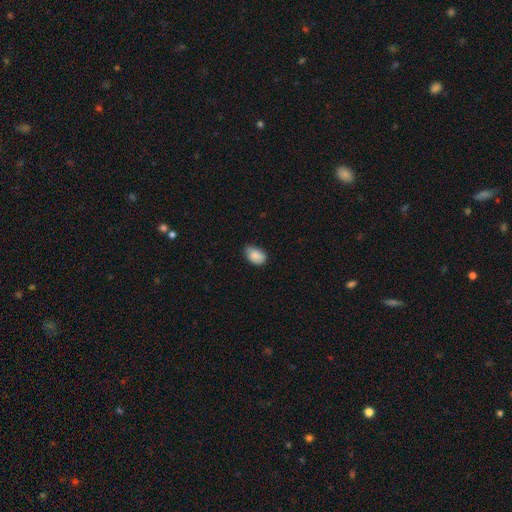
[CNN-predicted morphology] This is clearly a smooth galaxy (88%). How rounded: clearly in between (89%). Merging: likely none (70%).